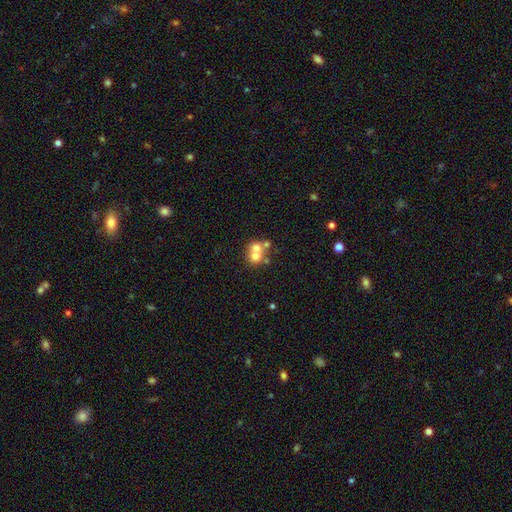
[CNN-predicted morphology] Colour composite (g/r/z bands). It shows a smooth galaxy with no disk features (62%) that is round (79%). Merging: merger (60%).